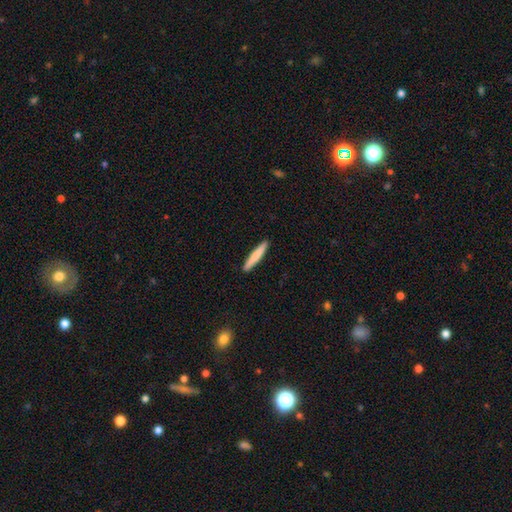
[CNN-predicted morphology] The model was most divided on "smooth or featured": smooth: 74%, featured or disk: 21%, star or artifact: 5%. More confident: how rounded — cigar-shaped (94%); merging — none (92%).